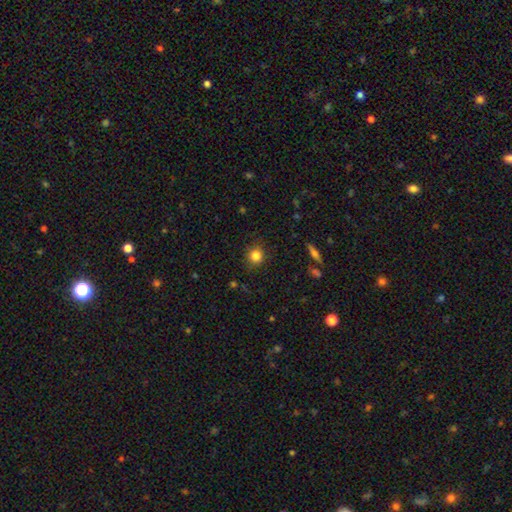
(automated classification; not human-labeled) smooth-or-featured: smooth: 83% | star or artifact: 11% | featured or disk: 6%
  how-rounded: round: 90% | in between: 9% | cigar-shaped: 1%
  merging: none: 88% | minor disturbance: 8% | major disturbance: 2% | merger: 1%